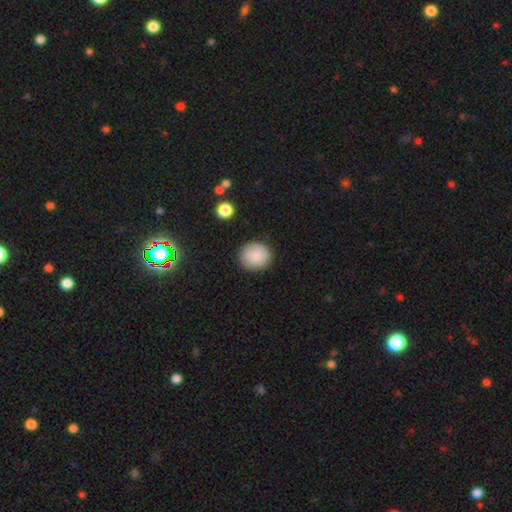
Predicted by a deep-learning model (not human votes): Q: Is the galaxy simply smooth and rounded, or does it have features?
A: smooth — 88%.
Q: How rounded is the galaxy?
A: round — 87%.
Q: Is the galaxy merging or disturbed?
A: none — 89%.